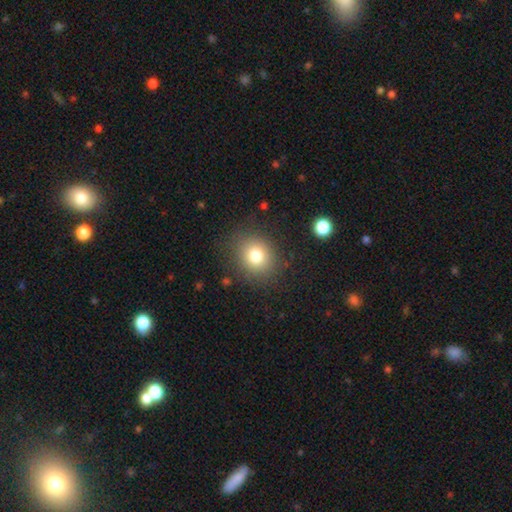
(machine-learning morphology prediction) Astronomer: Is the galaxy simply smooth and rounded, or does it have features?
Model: smooth — 78%.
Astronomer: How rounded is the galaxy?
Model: round — 76%.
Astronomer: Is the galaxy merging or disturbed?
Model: none — 84%.